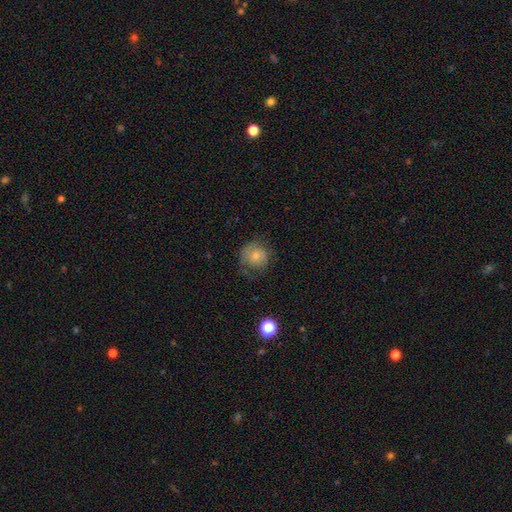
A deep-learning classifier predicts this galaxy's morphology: Q: Smooth or featured?
A: smooth (70%); runner-up: featured or disk (20%)
Q: How rounded?
A: round (85%); runner-up: in between (14%)
Q: Merging?
A: none (59%); runner-up: minor disturbance (25%)